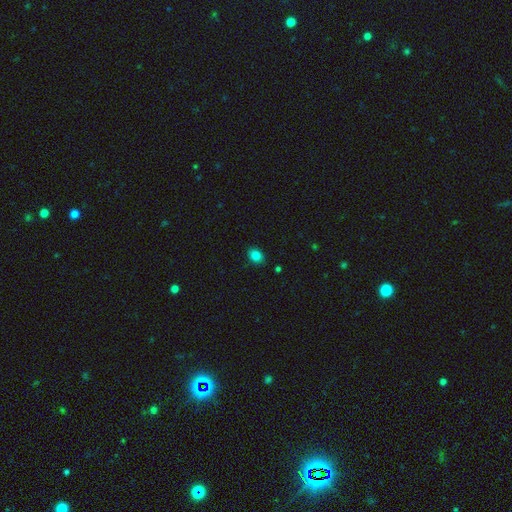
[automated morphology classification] Smooth or featured?
  - smooth: 83% *
  - star or artifact: 11%
  - featured or disk: 6%
How rounded?
  - in between: 61% *
  - round: 38%
  - cigar-shaped: 1%
Merging?
  - none: 88% *
  - minor disturbance: 9%
  - major disturbance: 2%
  - merger: 1%